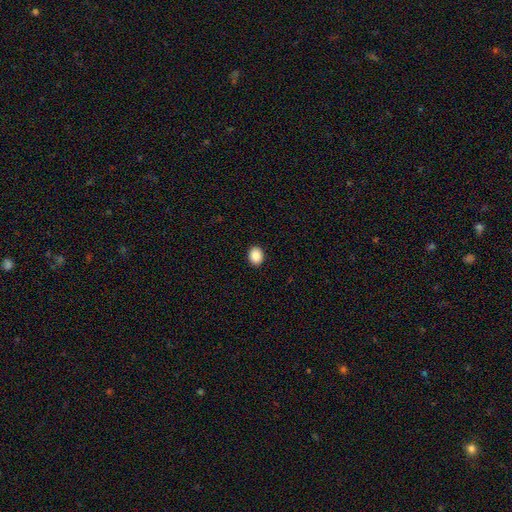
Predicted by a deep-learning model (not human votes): Morphology: type=smooth (88%); roundness=round (54%); merging=none (92%).